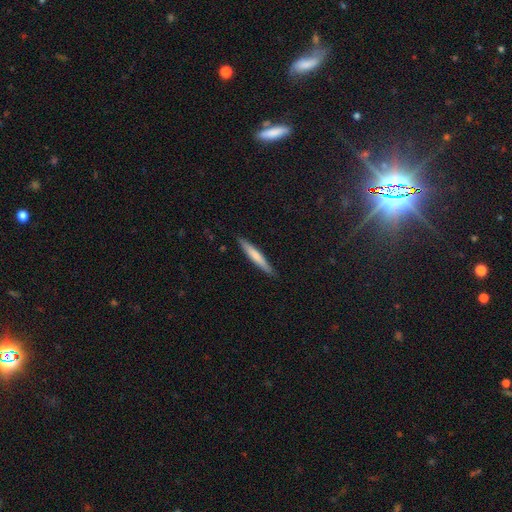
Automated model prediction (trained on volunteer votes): Smooth or featured? Predicted: smooth (p=0.65). How rounded? Predicted: cigar-shaped (p=0.94). Merging? Predicted: none (p=0.90).